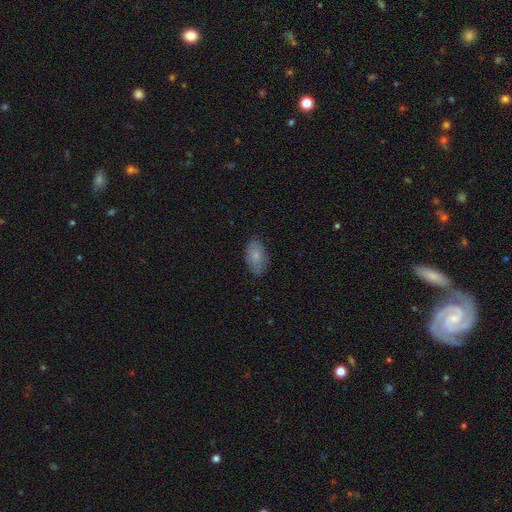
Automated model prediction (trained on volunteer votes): Smooth or featured? smooth (78%)
How rounded? in between (93%)
Merging? none (79%)